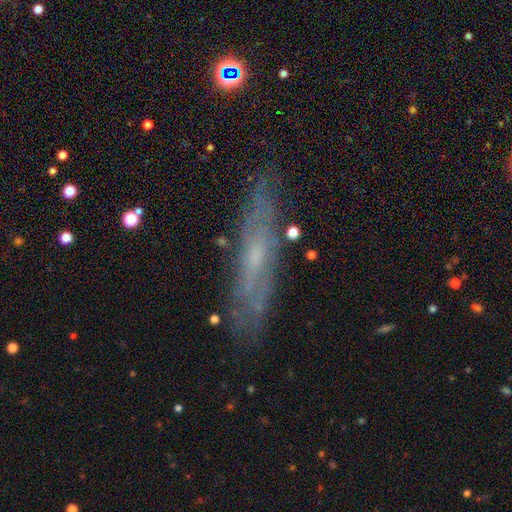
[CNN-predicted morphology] Smooth or featured? Predicted: featured or disk (p=0.63). Edge-on disk? Predicted: yes (p=0.56). Merging? Predicted: none (p=0.83).